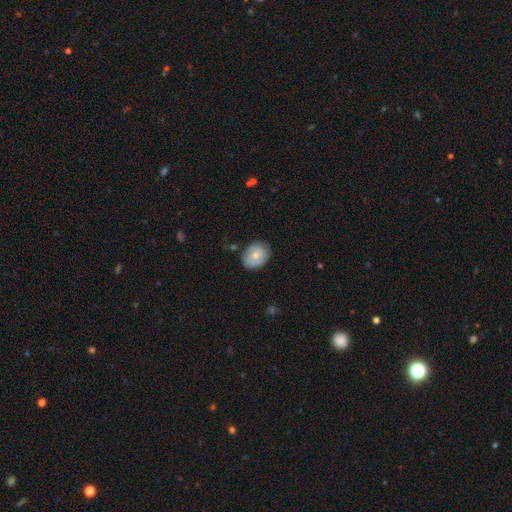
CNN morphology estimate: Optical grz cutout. It shows a smooth galaxy with no disk features (62%) that is round (56%). Merging: none (76%).